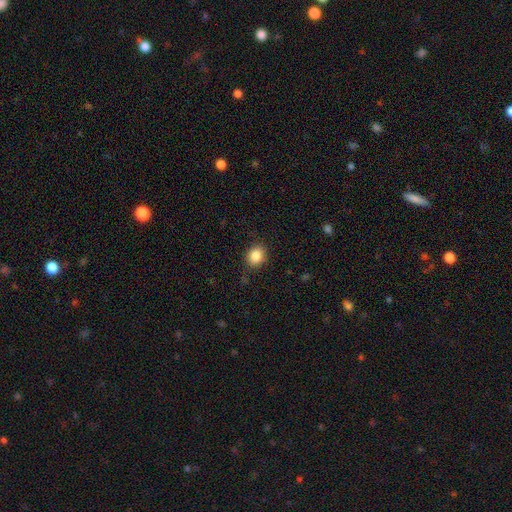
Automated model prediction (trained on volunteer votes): Morphology: type=smooth (85%); roundness=round (58%); merging=none (83%).